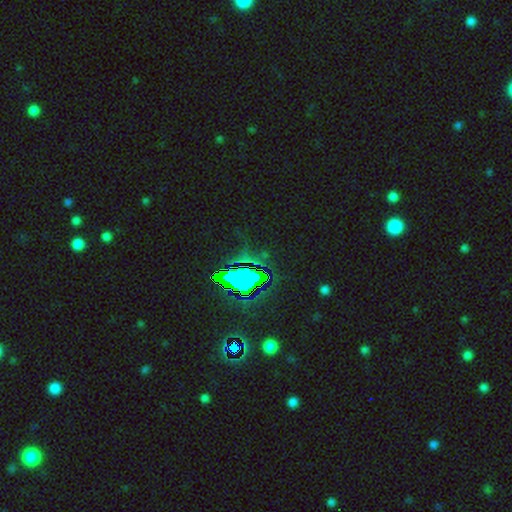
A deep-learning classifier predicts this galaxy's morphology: smooth_or_featured: star or artifact (p=0.81) [alt: smooth p=0.10]